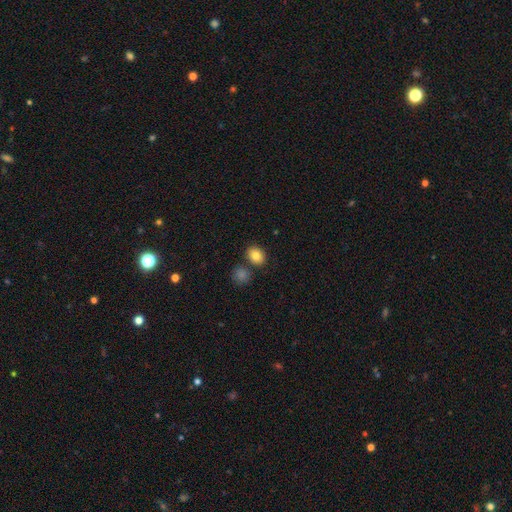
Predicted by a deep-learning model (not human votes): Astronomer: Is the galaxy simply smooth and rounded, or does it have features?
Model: smooth — 84%.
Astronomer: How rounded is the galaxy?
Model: in between — 55% (runner-up: round, 44%).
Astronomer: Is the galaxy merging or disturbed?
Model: none — 77%.